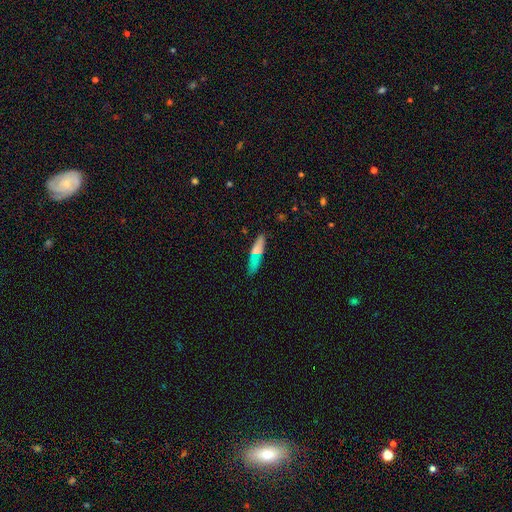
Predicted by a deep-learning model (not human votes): smooth 58%, featured or disk 31%, star or artifact 11%. Down the decision tree: how rounded — cigar-shaped (82%); merging — none (78%).